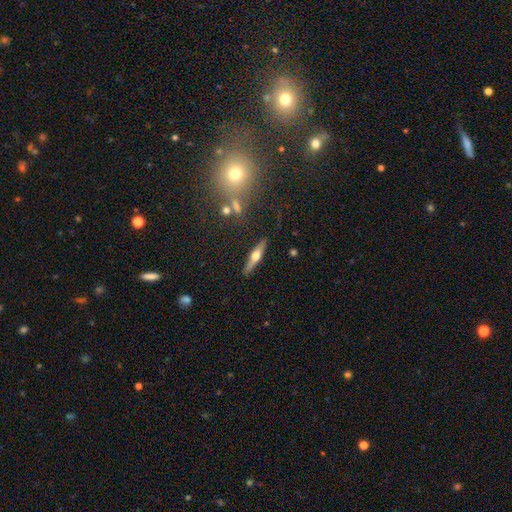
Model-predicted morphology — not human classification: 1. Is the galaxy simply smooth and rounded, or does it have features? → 60% featured or disk, 33% smooth, 7% star or artifact.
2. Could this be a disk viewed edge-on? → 95% yes, 5% no.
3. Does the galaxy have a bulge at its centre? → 93% rounded, 4% boxy, 3% none.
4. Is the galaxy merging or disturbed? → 86% none, 9% minor disturbance, 2% major disturbance, 2% merger.